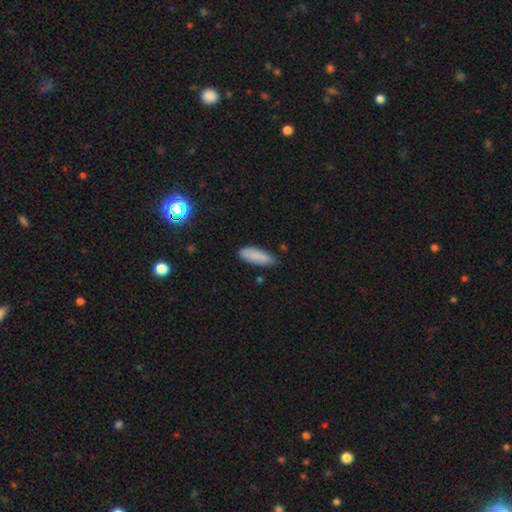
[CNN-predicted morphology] Smooth or featured? Predicted: smooth (p=0.85). How rounded? Predicted: in between (p=0.65). Merging? Predicted: none (p=0.80).